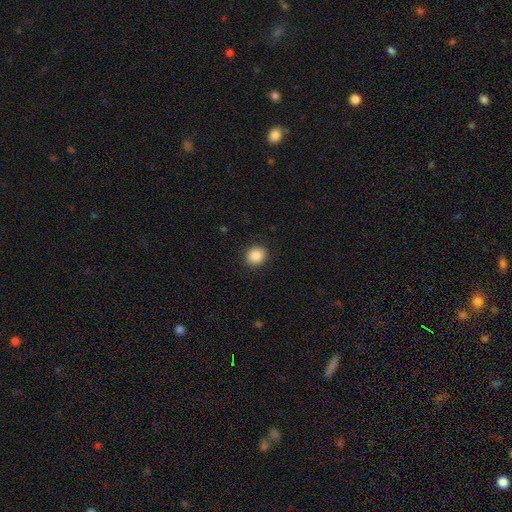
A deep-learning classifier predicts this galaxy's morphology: Smooth or featured?
  - smooth: 88% *
  - star or artifact: 9%
  - featured or disk: 3%
How rounded?
  - round: 78% *
  - in between: 21%
  - cigar-shaped: 1%
Merging?
  - none: 91% *
  - minor disturbance: 6%
  - major disturbance: 2%
  - merger: 1%